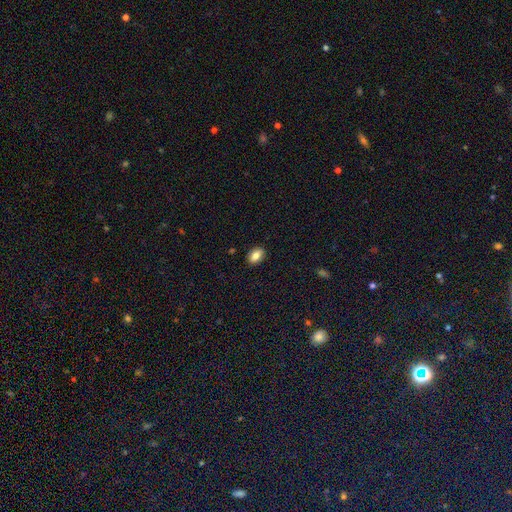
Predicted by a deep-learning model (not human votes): Smooth or featured? Predicted: smooth (p=0.82). How rounded? Predicted: in between (p=0.86). Merging? Predicted: none (p=0.89).